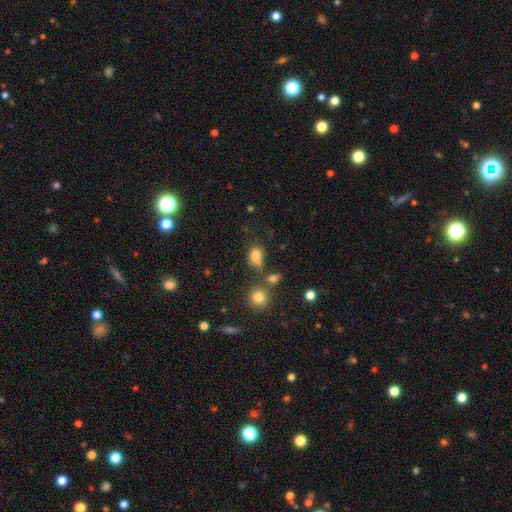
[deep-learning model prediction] Q: Smooth or featured?
A: smooth (74%); runner-up: star or artifact (16%)
Q: How rounded?
A: in between (51%); runner-up: round (46%)
Q: Merging?
A: none (41%); runner-up: merger (27%)